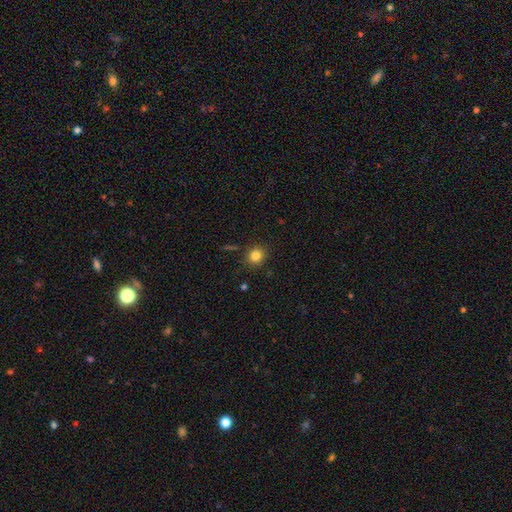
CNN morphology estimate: A smooth galaxy with no disk features (82%) that is round (86%).

Vote fractions:
- Smooth or featured? smooth: 82% / star or artifact: 12% / featured or disk: 6%
- How rounded? round: 86% / in between: 13% / cigar-shaped: 1%
- Merging? none: 87% / minor disturbance: 8% / major disturbance: 2% / merger: 2%